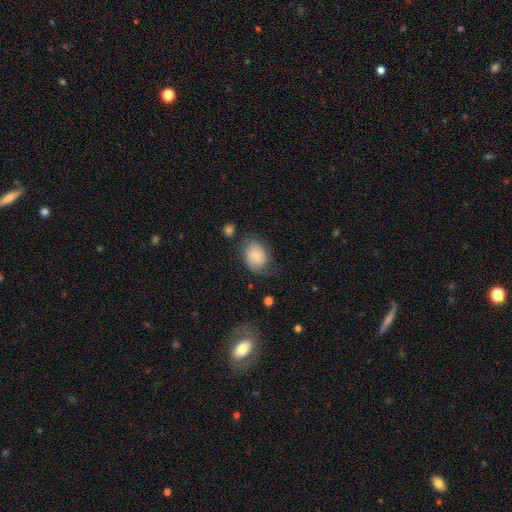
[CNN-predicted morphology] smooth_or_featured: smooth (p=0.64) [alt: featured or disk p=0.28]
how_rounded: in between (p=0.66) [alt: round p=0.33]
merging: none (p=0.55) [alt: minor disturbance p=0.28]